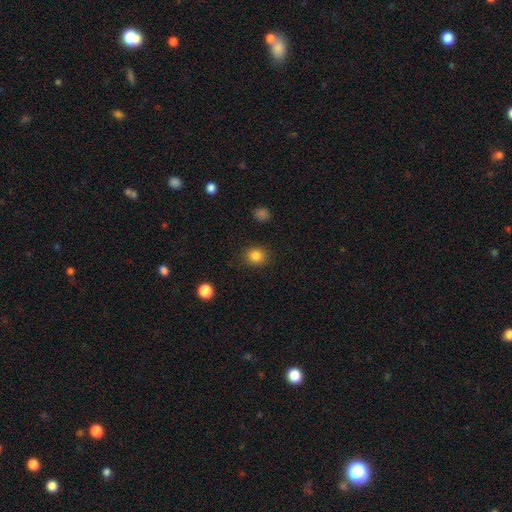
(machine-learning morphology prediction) smooth_or_featured: smooth (p=0.84) [alt: star or artifact p=0.11]
how_rounded: round (p=0.76) [alt: in between p=0.23]
merging: none (p=0.87) [alt: minor disturbance p=0.09]